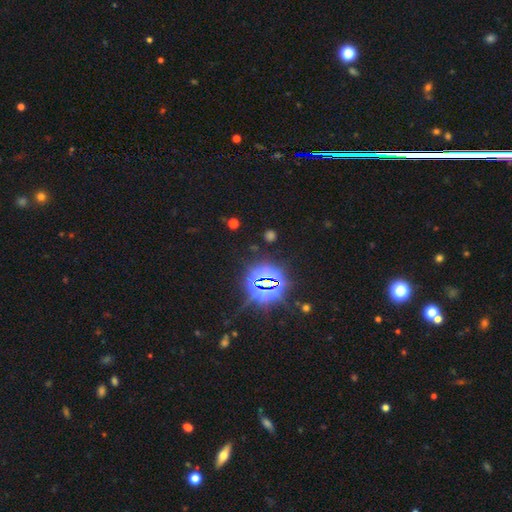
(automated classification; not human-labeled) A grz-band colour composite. It shows a star or artifact, not a galaxy (81%).